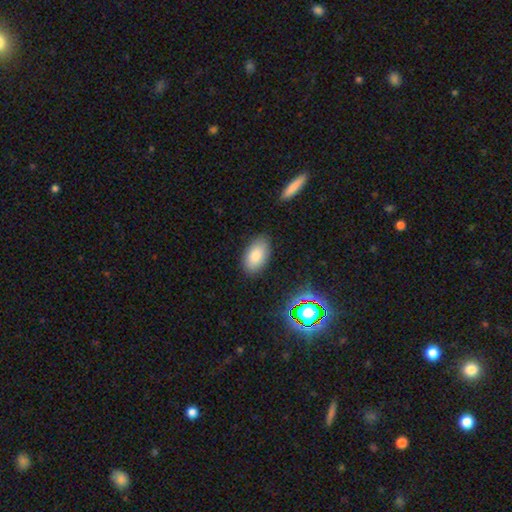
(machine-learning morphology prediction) Smooth or featured: smooth — 83% (star or artifact — 8%)
How rounded: in between — 94% (round — 4%)
Merging: none — 85% (minor disturbance — 11%)